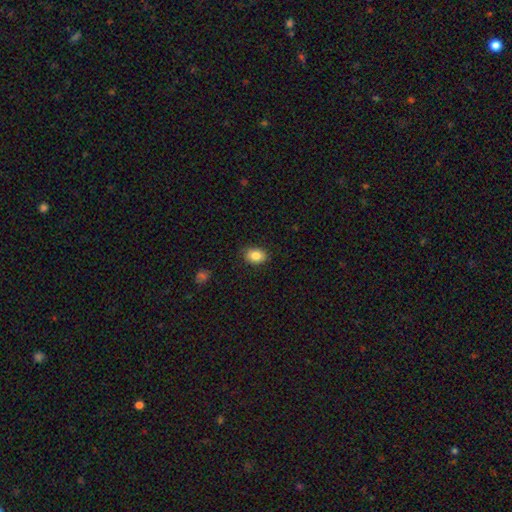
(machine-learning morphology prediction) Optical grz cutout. It shows a smooth galaxy with no disk features (85%) that is in between round and cigar-shaped (73%). Merging: none (86%).